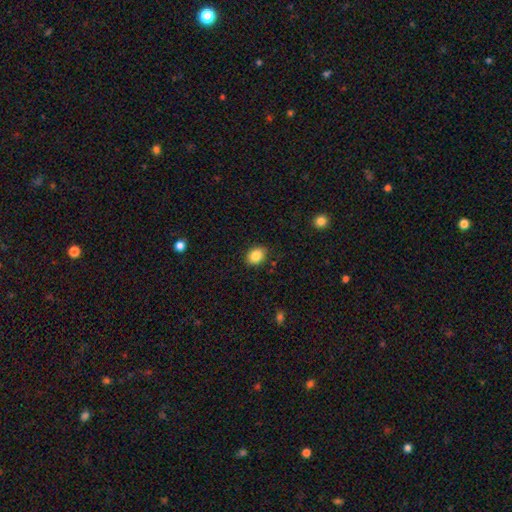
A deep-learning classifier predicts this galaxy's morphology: Smooth or featured? Predicted: smooth (p=0.86). How rounded? Predicted: in between (p=0.58). Merging? Predicted: none (p=0.86).